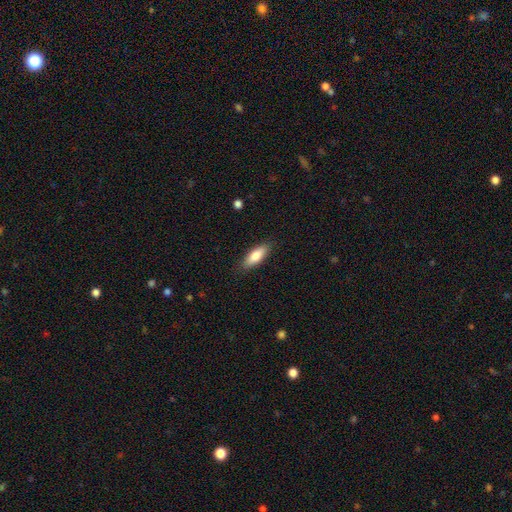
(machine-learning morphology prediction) Smooth or featured?
  - smooth: 78% *
  - featured or disk: 16%
  - star or artifact: 6%
How rounded?
  - in between: 65% *
  - cigar-shaped: 33%
  - round: 2%
Merging?
  - none: 87% *
  - minor disturbance: 10%
  - major disturbance: 2%
  - merger: 1%